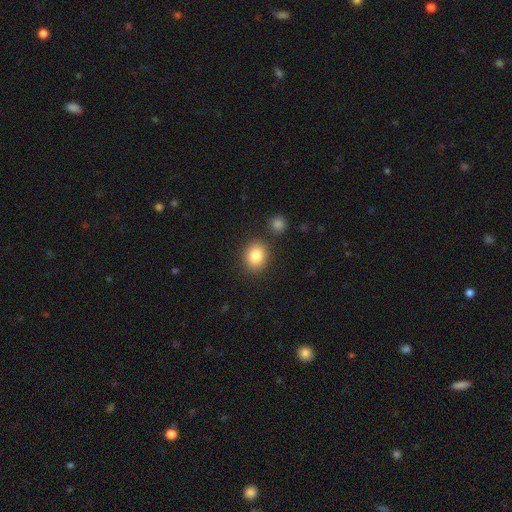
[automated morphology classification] smooth 84%, star or artifact 9%, featured or disk 7%. Down the decision tree: how rounded — round (61%); merging — none (82%).